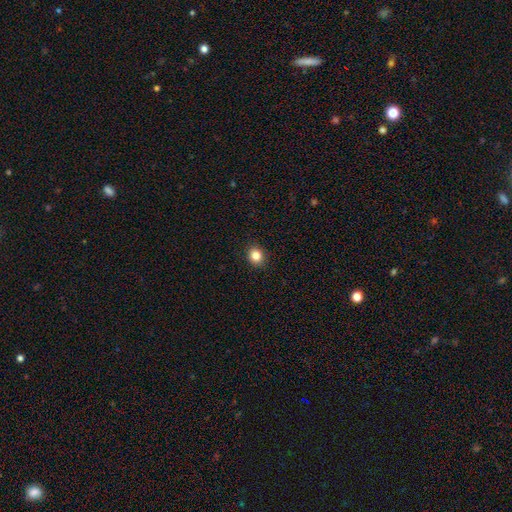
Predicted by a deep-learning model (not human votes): smooth_or_featured: smooth (p=0.85) [alt: star or artifact p=0.11]
how_rounded: round (p=0.77) [alt: in between p=0.22]
merging: none (p=0.91) [alt: minor disturbance p=0.06]